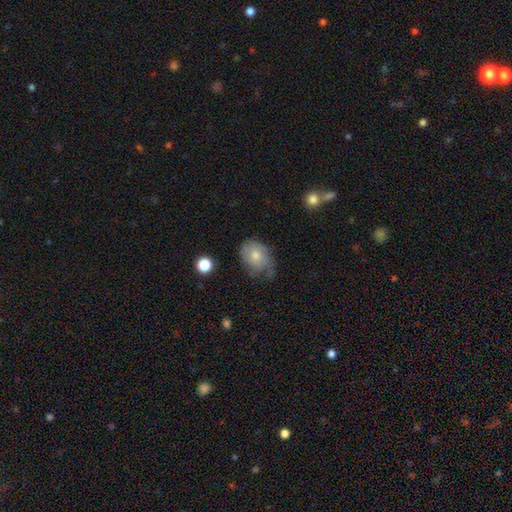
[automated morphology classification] Overall: smooth (69%). How rounded: in between (67%; round 32%). Merging: none (45%; minor disturbance 37%).